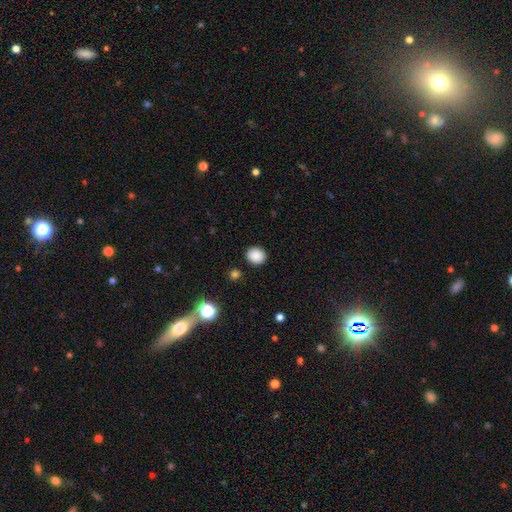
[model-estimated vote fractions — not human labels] A smooth galaxy with no disk features (88%) that is round (75%). Merging: none (90%).